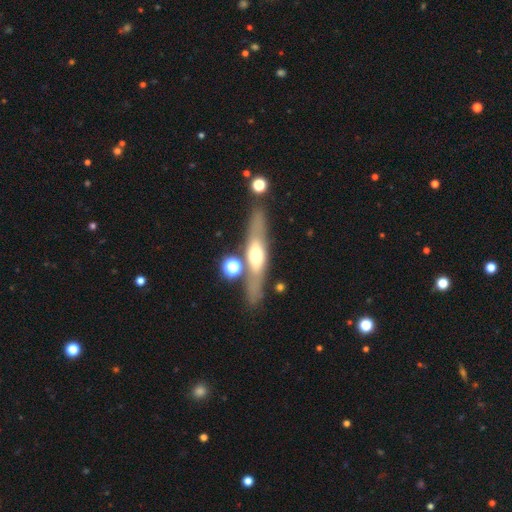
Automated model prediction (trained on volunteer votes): This appears to be a featured or disk galaxy (57%) viewed edge-on (84%). Merging: none (75%).